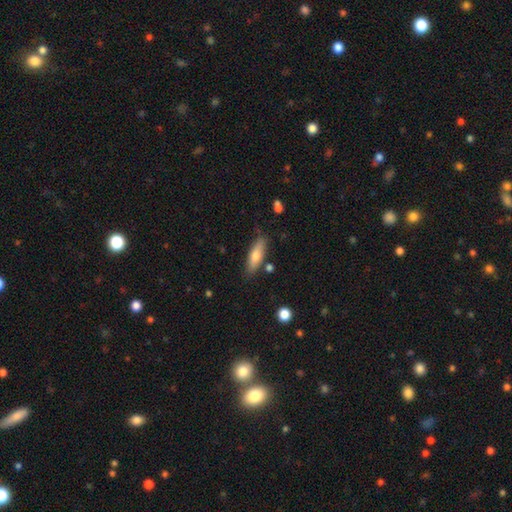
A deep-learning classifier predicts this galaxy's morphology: smooth 68%, featured or disk 26%, star or artifact 6%. Down the decision tree: how rounded — cigar-shaped (49%, tied with in between); merging — none (80%).